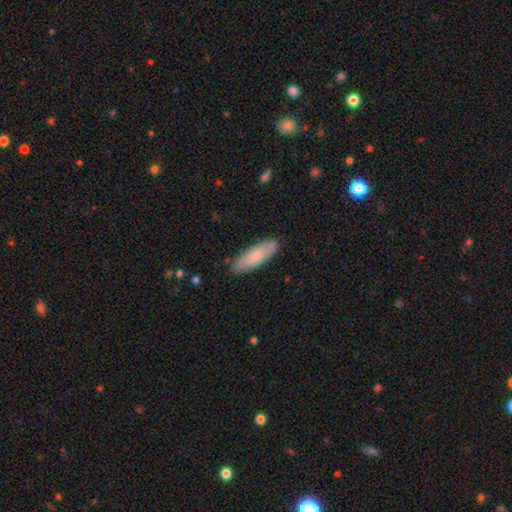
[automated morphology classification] Smooth or featured? Predicted: smooth (p=0.73). How rounded? Predicted: in between (p=0.55). Merging? Predicted: none (p=0.86).